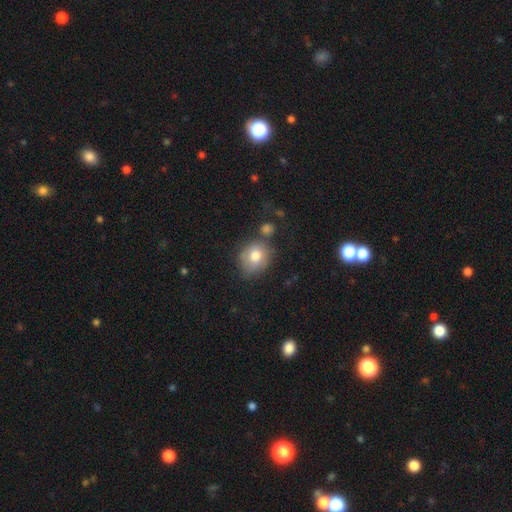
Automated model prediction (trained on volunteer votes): Smooth or featured?
  - smooth: 78% *
  - featured or disk: 14%
  - star or artifact: 9%
How rounded?
  - round: 71% *
  - in between: 28%
  - cigar-shaped: 1%
Merging?
  - none: 61% *
  - minor disturbance: 20%
  - merger: 12%
  - major disturbance: 6%